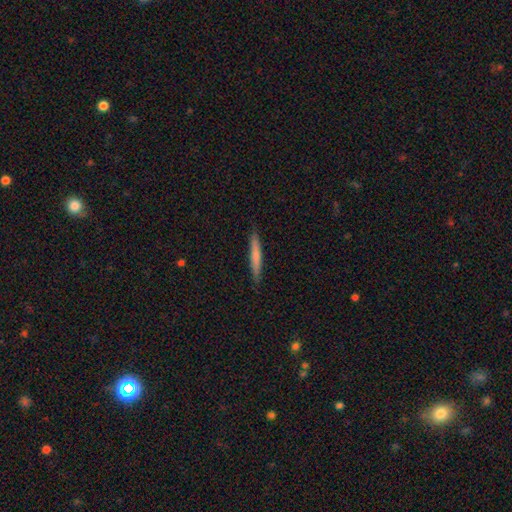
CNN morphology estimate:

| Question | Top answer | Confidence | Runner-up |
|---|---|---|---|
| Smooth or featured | smooth | 68% | featured or disk (26%) |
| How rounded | cigar-shaped | 96% | in between (3%) |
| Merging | none | 90% | minor disturbance (8%) |